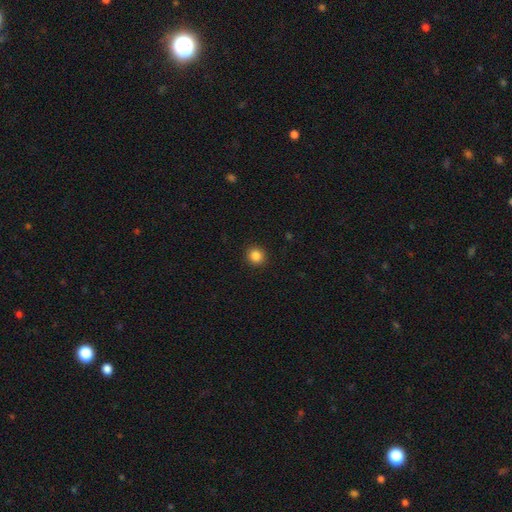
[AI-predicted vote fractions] This is clearly a smooth galaxy (86%). How rounded: clearly round (90%). Merging: clearly none (92%).